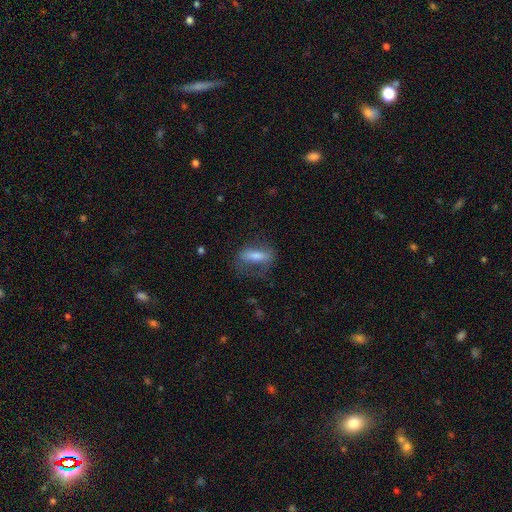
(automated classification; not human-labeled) Smooth or featured? smooth (59%)
How rounded? in between (55%)
Merging? none (59%)